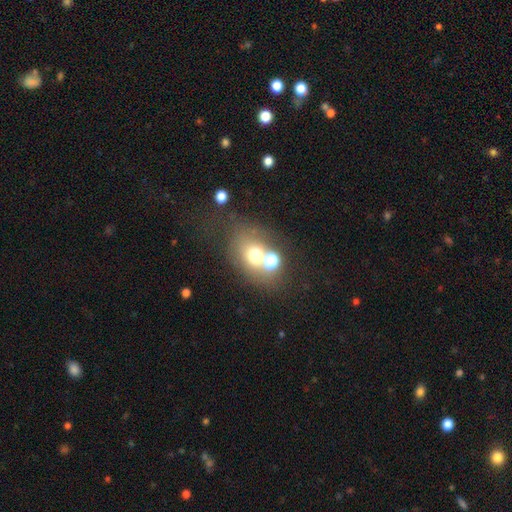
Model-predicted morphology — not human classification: Smooth or featured? Predicted: smooth (p=0.62). How rounded? Predicted: round (p=0.55). Merging? Predicted: none (p=0.44).